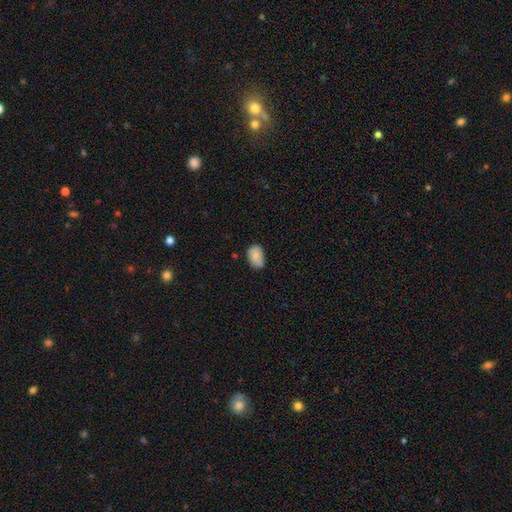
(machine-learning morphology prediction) This is clearly a smooth galaxy (82%). How rounded: clearly in between (85%). Merging: likely none (62%).